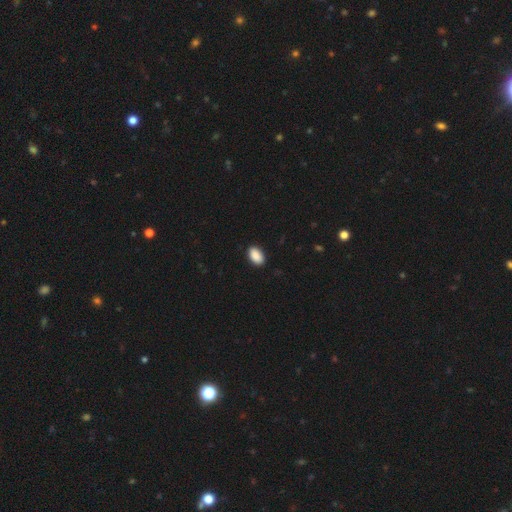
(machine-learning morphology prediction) Q: Smooth or featured?
A: smooth (91%); runner-up: star or artifact (7%)
Q: How rounded?
A: in between (92%); runner-up: round (6%)
Q: Merging?
A: none (90%); runner-up: minor disturbance (8%)